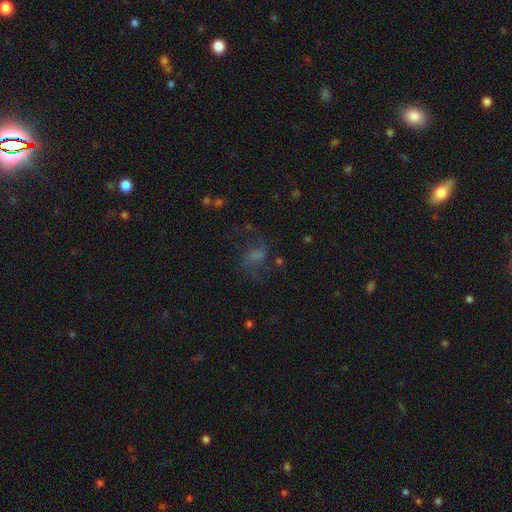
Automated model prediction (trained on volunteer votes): Q: Smooth or featured?
A: featured or disk (48%); runner-up: smooth (30%)
Q: Merging?
A: none (54%); runner-up: major disturbance (25%)